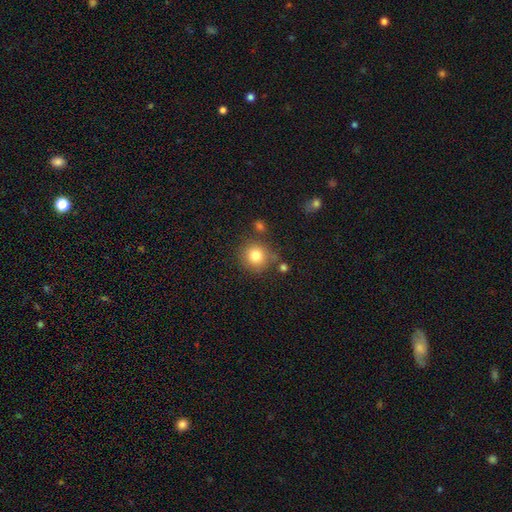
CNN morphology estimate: The model was most divided on "merging": none: 76%, minor disturbance: 12%, merger: 8%, major disturbance: 4%. More confident: how rounded — round (90%); smooth or featured — smooth (82%).